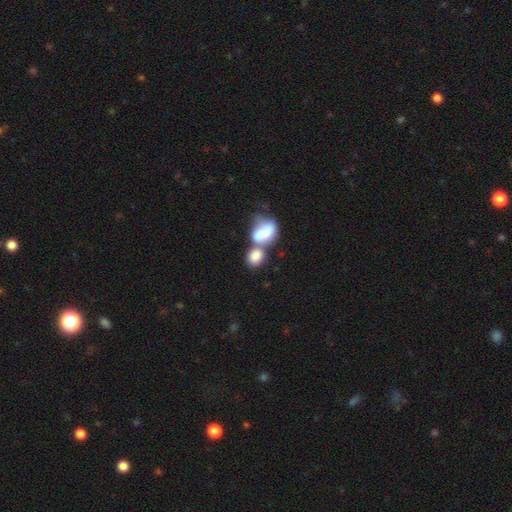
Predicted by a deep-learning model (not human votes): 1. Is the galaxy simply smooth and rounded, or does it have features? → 76% smooth, 16% featured or disk, 8% star or artifact.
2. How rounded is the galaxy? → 58% in between, 40% round, 2% cigar-shaped.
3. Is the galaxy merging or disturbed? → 68% merger, 17% none, 8% minor disturbance, 7% major disturbance.